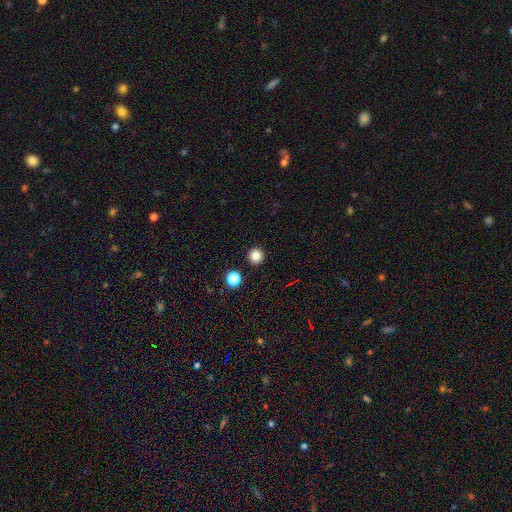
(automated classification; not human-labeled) Q: Smooth or featured?
A: smooth (84%); runner-up: star or artifact (12%)
Q: How rounded?
A: round (96%); runner-up: in between (3%)
Q: Merging?
A: none (93%); runner-up: minor disturbance (4%)